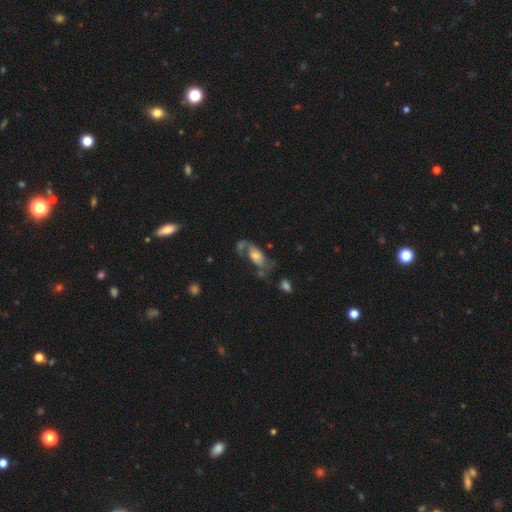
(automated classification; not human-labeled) Q: Smooth or featured?
A: featured or disk (57%); runner-up: smooth (34%)
Q: Edge-on disk?
A: no (90%); runner-up: yes (10%)
Q: Bar?
A: no (68%); runner-up: weak (25%)
Q: Spiral arms?
A: yes (72%); runner-up: no (28%)
Q: Bulge size?
A: moderate (49%); runner-up: small (28%)
Q: Merging?
A: none (36%); runner-up: major disturbance (27%)